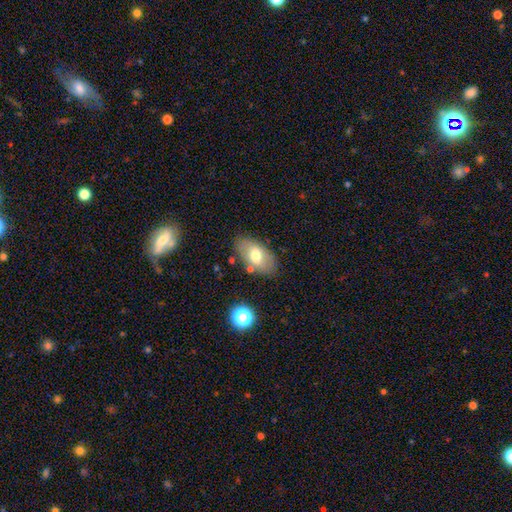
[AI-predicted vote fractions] Morphology: type=smooth (68%); roundness=in between (92%); merging=none (79%).